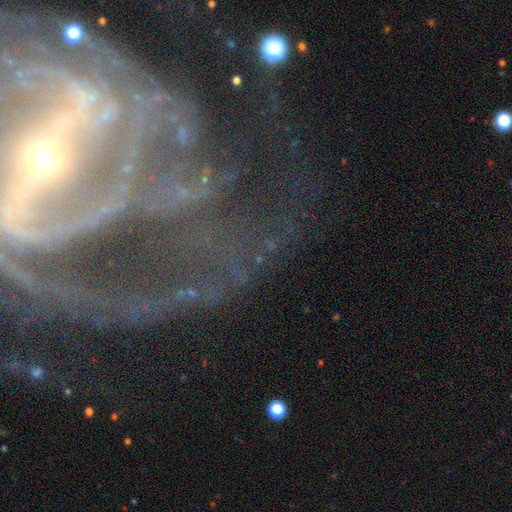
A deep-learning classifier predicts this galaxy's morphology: Smooth or featured?
  - featured or disk: 69% *
  - star or artifact: 20%
  - smooth: 11%
Edge-on disk?
  - no: 90% *
  - yes: 10%
Bar?
  - strong: 39% *
  - no: 31%
  - weak: 29%
Spiral arms?
  - yes: 84% *
  - no: 16%
Spiral winding?
  - tight: 51% *
  - medium: 33%
  - loose: 16%
Spiral arm count?
  - 2: 32% *
  - can't tell: 24%
  - 3: 13%
  - 1: 10%
  - 4: 10%
  - more than 4: 10%
Bulge size?
  - small: 54% *
  - moderate: 29%
  - none: 8%
  - large: 6%
  - dominant: 3%
Merging?
  - none: 61% *
  - major disturbance: 17%
  - minor disturbance: 16%
  - merger: 6%